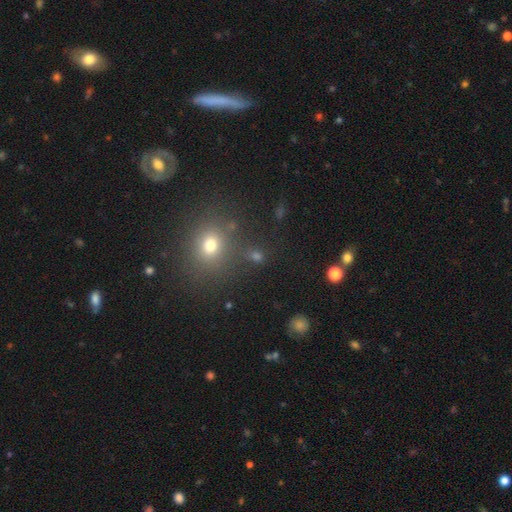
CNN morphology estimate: Overall: smooth (60%; star or artifact 32%). How rounded: round (77%). Merging: none (78%).